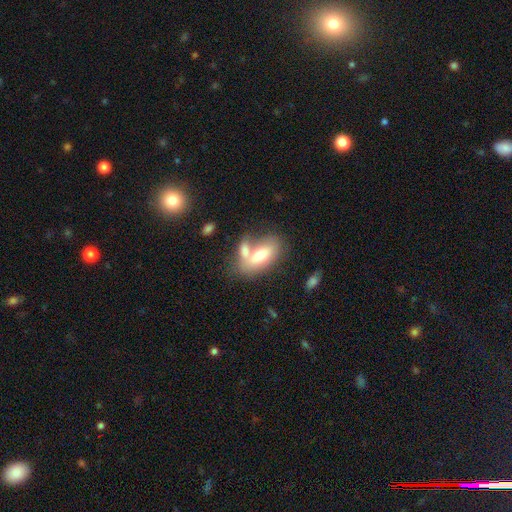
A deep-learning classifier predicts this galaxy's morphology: A smooth galaxy with no disk features (66%) that is in between round and cigar-shaped (85%). Merging: merger (44%).